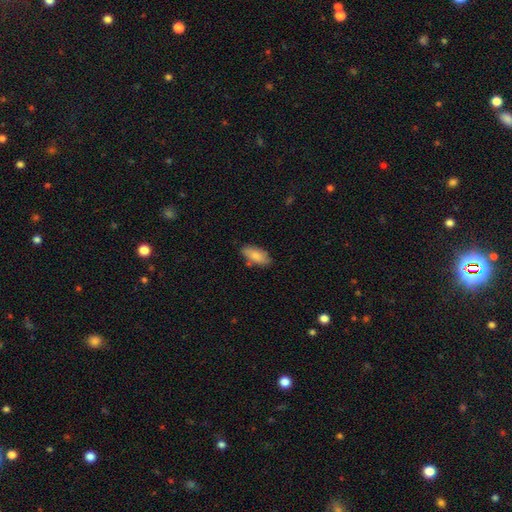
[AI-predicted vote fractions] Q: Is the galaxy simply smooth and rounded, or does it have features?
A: smooth — 84%.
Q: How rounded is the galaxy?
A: in between — 88%.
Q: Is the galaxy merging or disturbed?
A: none — 77%.